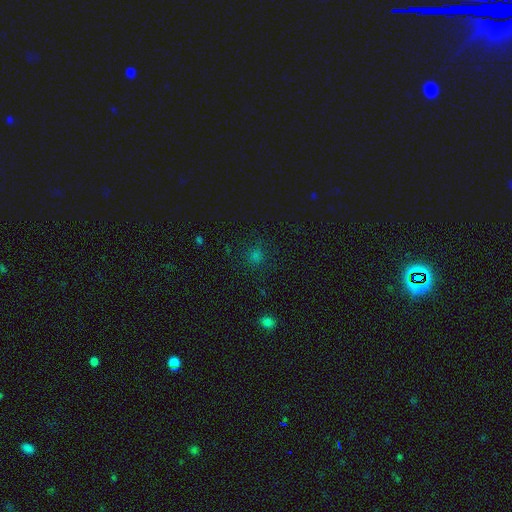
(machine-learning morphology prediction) smooth_or_featured: smooth (p=0.58) [alt: star or artifact p=0.37]
how_rounded: round (p=0.89) [alt: in between p=0.10]
merging: none (p=0.86) [alt: minor disturbance p=0.09]